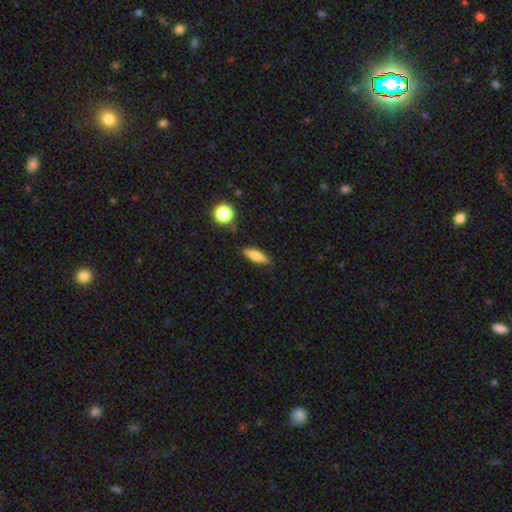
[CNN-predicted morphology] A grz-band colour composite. It shows a smooth galaxy with no disk features (73%) that is cigar-shaped (50%). Merging: none (83%).